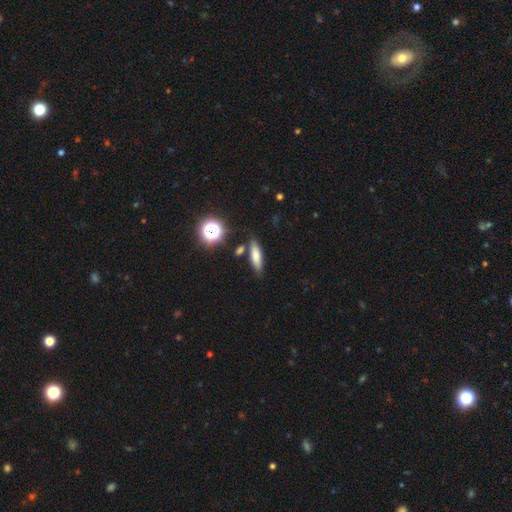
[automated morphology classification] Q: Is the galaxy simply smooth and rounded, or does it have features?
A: smooth — 72%.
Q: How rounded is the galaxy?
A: cigar-shaped — 59%.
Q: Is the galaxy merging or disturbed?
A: none — 79%.